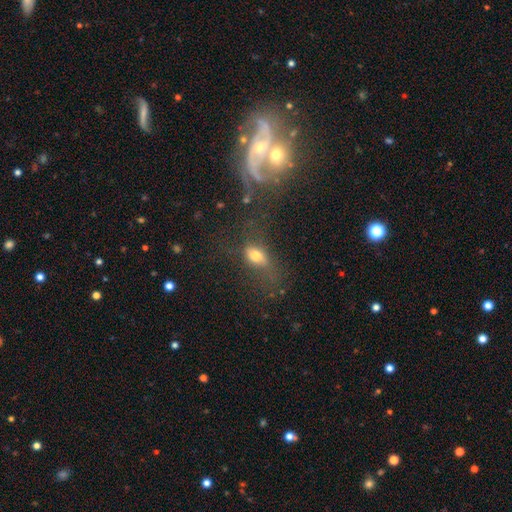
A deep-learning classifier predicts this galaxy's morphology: smooth_or_featured: smooth (p=0.62) [alt: featured or disk p=0.22]
how_rounded: in between (p=0.72) [alt: round p=0.20]
merging: none (p=0.41) [alt: major disturbance p=0.29]